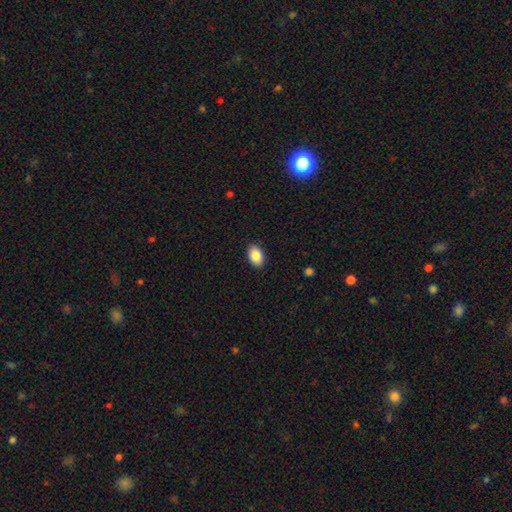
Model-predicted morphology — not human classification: Smooth or featured: smooth — 87% (star or artifact — 7%)
How rounded: in between — 90% (round — 9%)
Merging: none — 90% (minor disturbance — 7%)